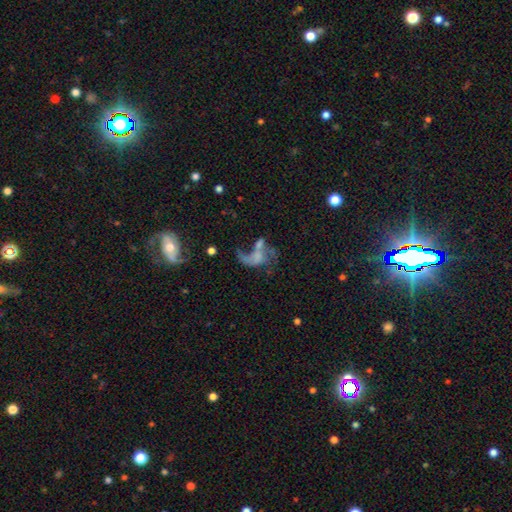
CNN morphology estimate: Smooth or featured? featured or disk (59%)
Edge-on disk? no (96%)
Bar? no (71%)
Spiral arms? yes (59%)
Bulge size? none (50%)
Merging? major disturbance (34%)